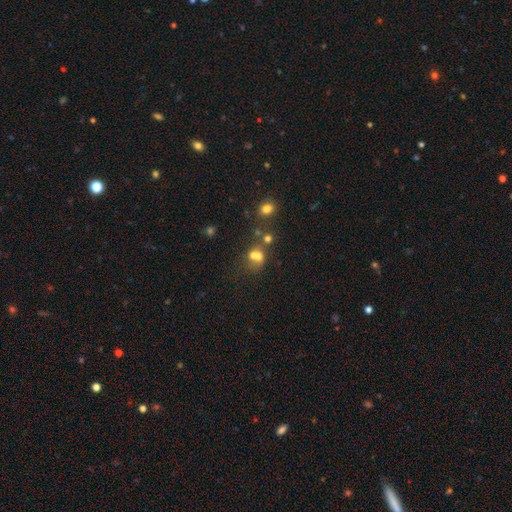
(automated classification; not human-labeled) A smooth galaxy with no disk features (61%) that is round (57%). Merging: merger (55%).